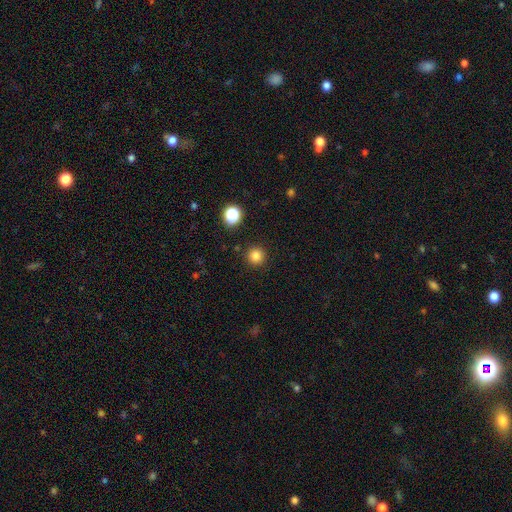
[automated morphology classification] smooth-or-featured: smooth: 82% | star or artifact: 14% | featured or disk: 4%
  how-rounded: round: 95% | in between: 4% | cigar-shaped: 1%
  merging: none: 91% | minor disturbance: 5% | major disturbance: 2% | merger: 2%